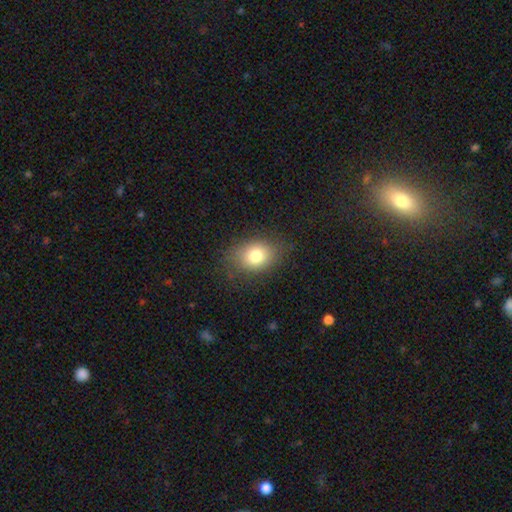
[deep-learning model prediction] Overall: smooth (79%). How rounded: in between (64%; round 35%). Merging: none (78%).